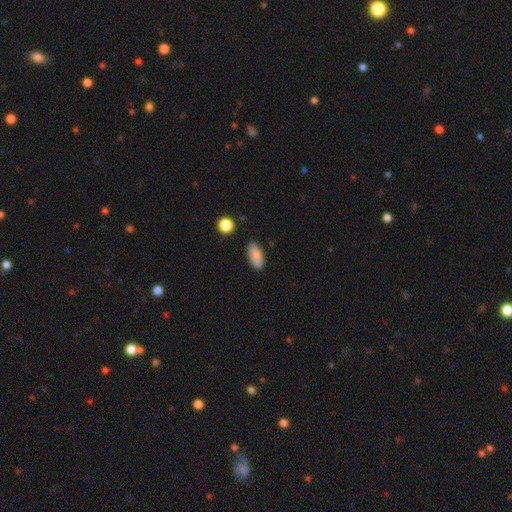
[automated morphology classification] A smooth galaxy with no disk features (88%) that is in between round and cigar-shaped (88%). Merging: none (85%).